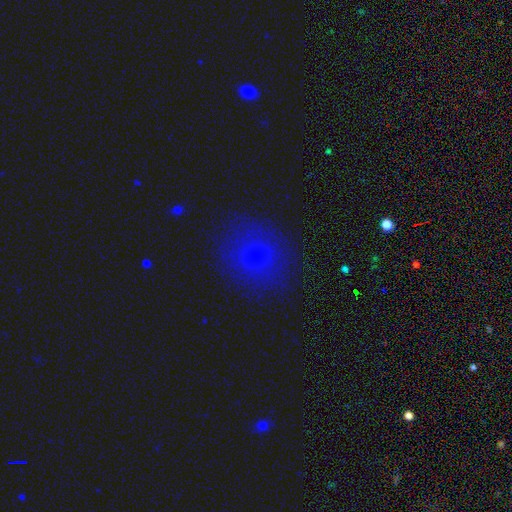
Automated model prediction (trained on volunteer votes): This is possibly a smooth galaxy (50%). How rounded: clearly round (87%). Merging: clearly none (89%).